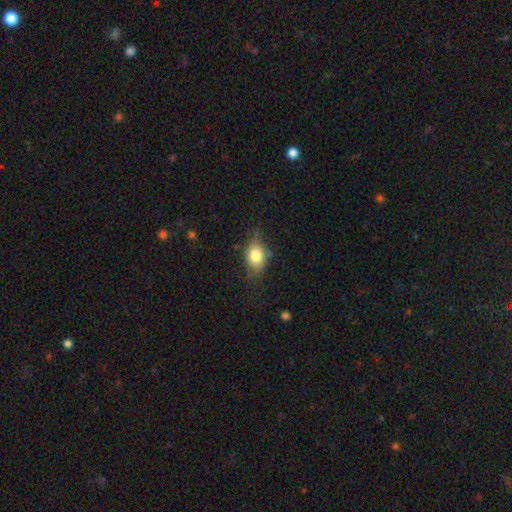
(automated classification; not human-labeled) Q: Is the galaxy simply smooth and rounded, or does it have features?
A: smooth — 79%.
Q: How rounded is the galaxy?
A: in between — 74%.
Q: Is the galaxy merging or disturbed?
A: none — 68%.